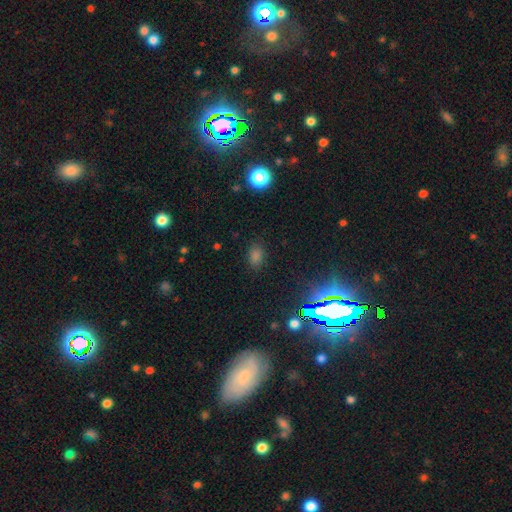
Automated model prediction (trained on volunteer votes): smooth 61%, star or artifact 32%, featured or disk 6%. Down the decision tree: how rounded — in between (75%); merging — none (84%).